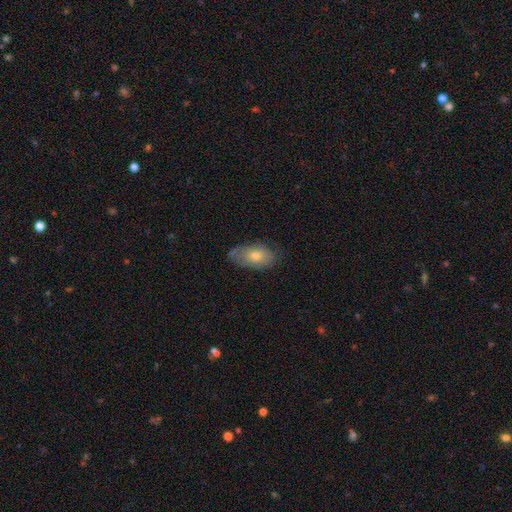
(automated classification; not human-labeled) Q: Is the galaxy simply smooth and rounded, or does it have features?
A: smooth — 60%.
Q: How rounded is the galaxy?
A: in between — 90%.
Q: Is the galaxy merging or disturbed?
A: none — 68%.